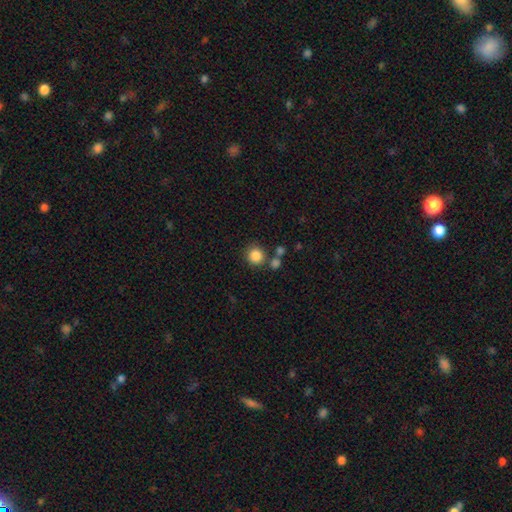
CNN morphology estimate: Overall: smooth (85%). How rounded: round (91%). Merging: none (74%).